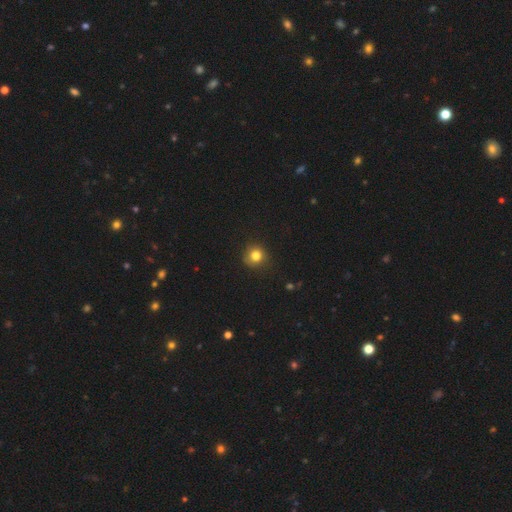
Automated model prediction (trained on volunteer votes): Overall: smooth (81%). How rounded: round (90%). Merging: none (82%).